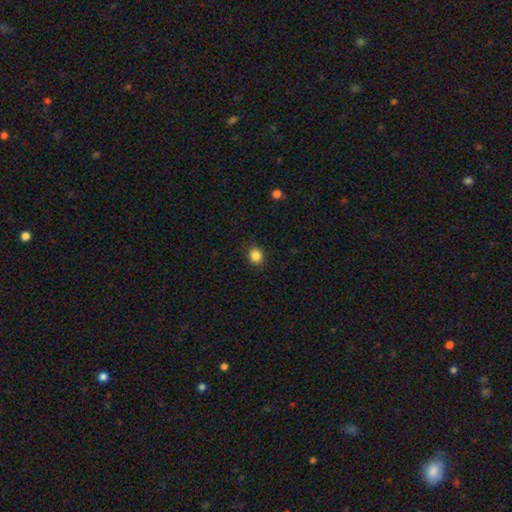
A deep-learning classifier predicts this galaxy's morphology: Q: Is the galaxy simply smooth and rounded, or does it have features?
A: smooth — 86%.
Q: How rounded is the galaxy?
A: round — 82%.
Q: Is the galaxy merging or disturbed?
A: none — 90%.